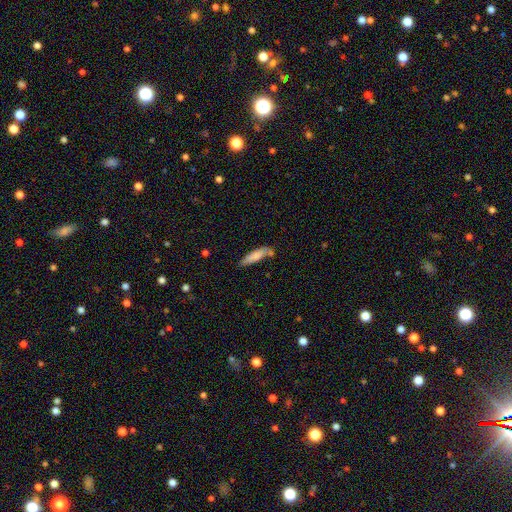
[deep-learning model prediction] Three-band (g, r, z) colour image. It shows a smooth galaxy with no disk features (76%) that is cigar-shaped (71%). Merging: none (60%).